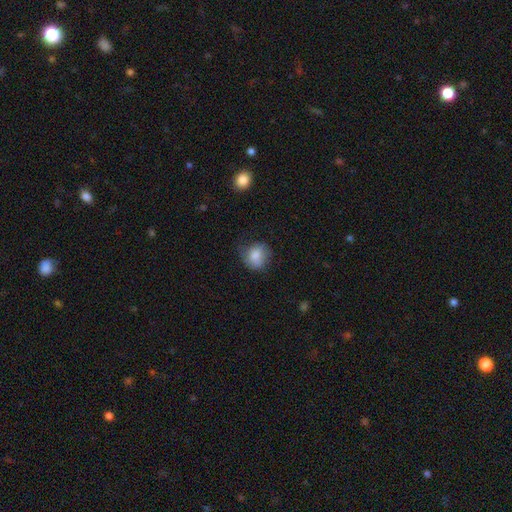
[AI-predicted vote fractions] Smooth or featured: smooth — 80% (featured or disk — 12%)
How rounded: round — 70% (in between — 29%)
Merging: none — 57% (minor disturbance — 30%)